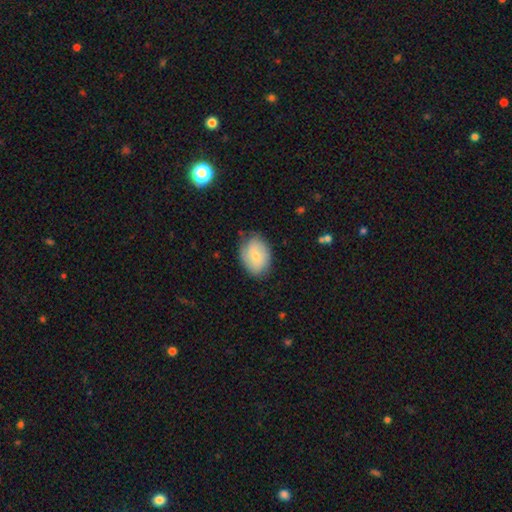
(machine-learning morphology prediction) This appears to be a smooth galaxy with no disk features (67%) that is in between round and cigar-shaped (72%). Merging: none (71%).